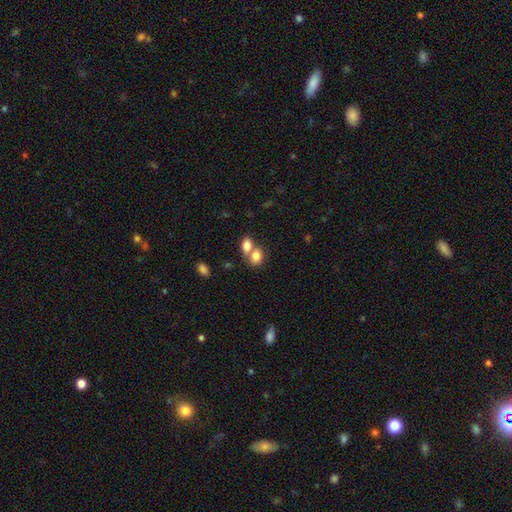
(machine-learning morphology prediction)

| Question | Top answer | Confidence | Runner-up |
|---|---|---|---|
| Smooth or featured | smooth | 80% | featured or disk (11%) |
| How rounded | in between | 69% | round (29%) |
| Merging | merger | 59% | none (30%) |